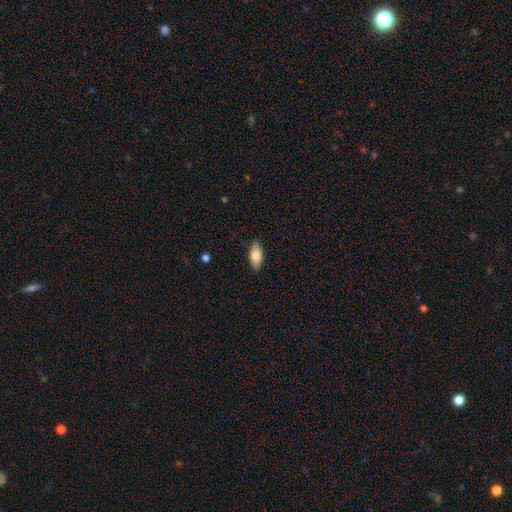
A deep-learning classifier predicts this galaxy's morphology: A smooth galaxy with no disk features (77%) that is in between round and cigar-shaped (87%).

Vote fractions:
- Smooth or featured? smooth: 77% / featured or disk: 16% / star or artifact: 6%
- How rounded? in between: 87% / cigar-shaped: 10% / round: 3%
- Merging? none: 88% / minor disturbance: 9% / major disturbance: 2% / merger: 1%